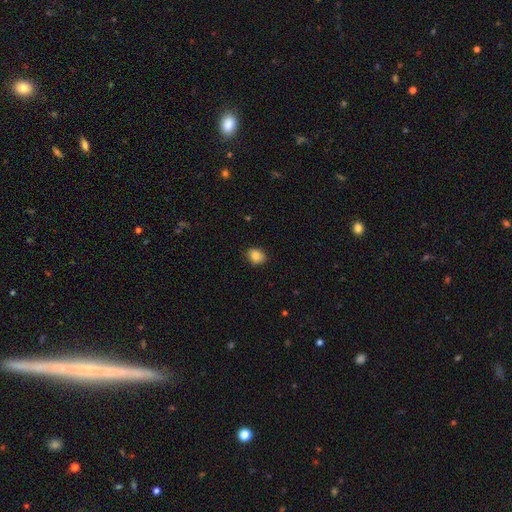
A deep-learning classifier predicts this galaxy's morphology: The model was most divided on "how rounded": in between: 52%, round: 47%, cigar-shaped: 1%. More confident: merging — none (86%); smooth or featured — smooth (85%).